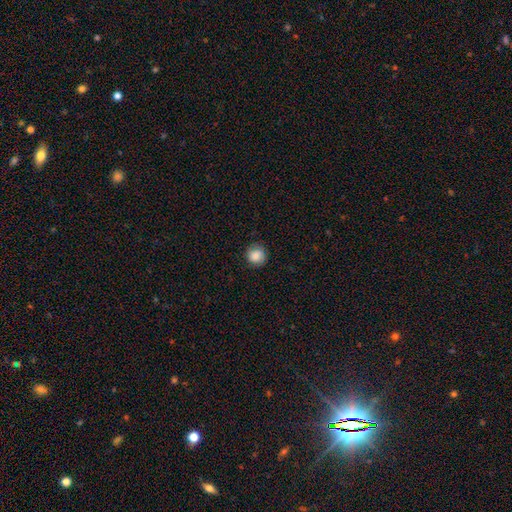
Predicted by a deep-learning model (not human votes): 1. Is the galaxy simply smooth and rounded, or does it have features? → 86% smooth, 8% star or artifact, 6% featured or disk.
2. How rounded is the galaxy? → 91% round, 8% in between, 1% cigar-shaped.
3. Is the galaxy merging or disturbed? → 84% none, 12% minor disturbance, 3% major disturbance, 1% merger.